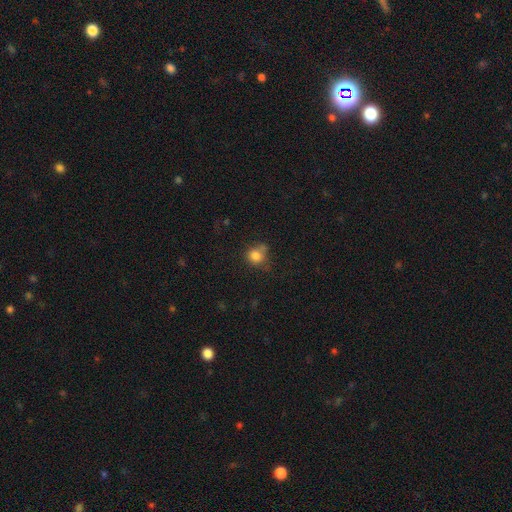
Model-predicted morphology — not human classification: A smooth galaxy with no disk features (81%) that is round (80%). Merging: none (52%).